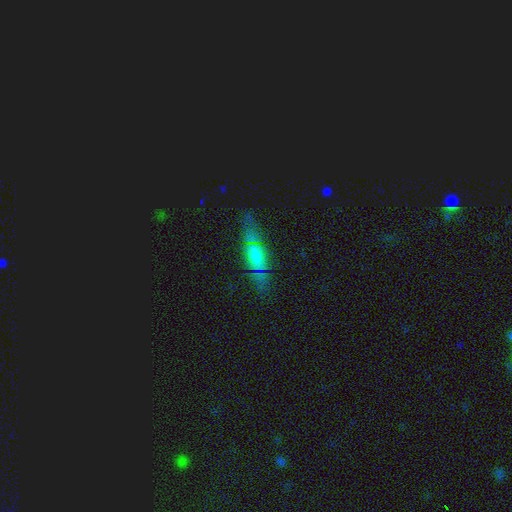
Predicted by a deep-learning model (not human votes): Smooth or featured?
  - smooth: 49% *
  - featured or disk: 35%
  - star or artifact: 16%
Merging?
  - none: 71% *
  - minor disturbance: 19%
  - major disturbance: 8%
  - merger: 3%